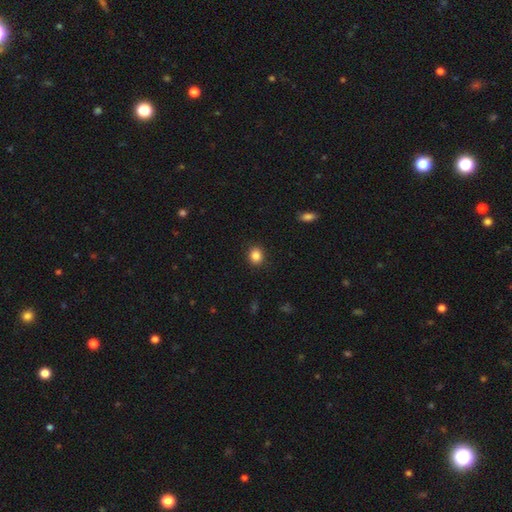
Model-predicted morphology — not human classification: A smooth galaxy with no disk features (86%) that is round (74%).

Vote fractions:
- Smooth or featured? smooth: 86% / star or artifact: 10% / featured or disk: 4%
- How rounded? round: 74% / in between: 25% / cigar-shaped: 1%
- Merging? none: 90% / minor disturbance: 7% / major disturbance: 2% / merger: 1%